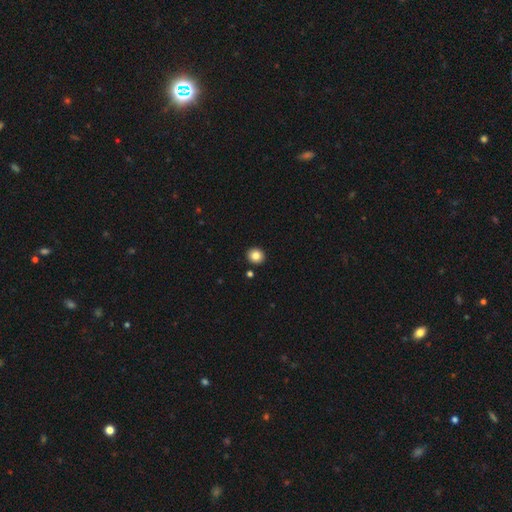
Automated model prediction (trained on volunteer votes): This appears to be a smooth galaxy with no disk features (84%) that is round (86%). Merging: none (91%).